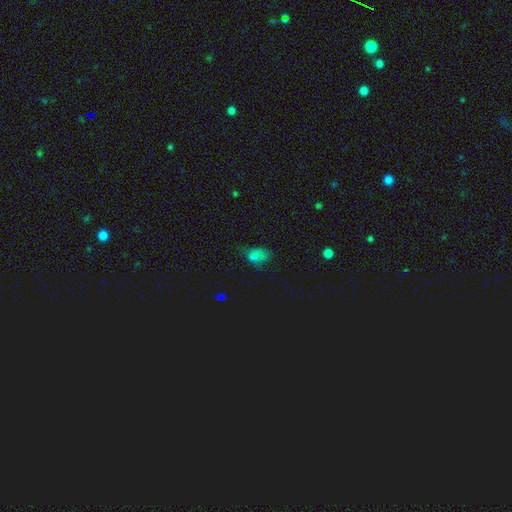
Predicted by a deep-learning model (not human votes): smooth-or-featured: smooth: 69% | star or artifact: 22% | featured or disk: 9%
  how-rounded: in between: 81% | round: 17% | cigar-shaped: 3%
  merging: none: 39% | minor disturbance: 35% | major disturbance: 22% | merger: 4%